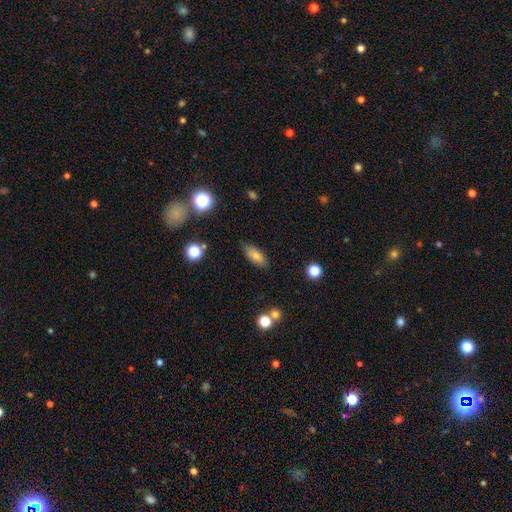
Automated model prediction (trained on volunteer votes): A smooth galaxy with no disk features (77%) that is in between round and cigar-shaped (79%).

Vote fractions:
- Smooth or featured? smooth: 77% / featured or disk: 14% / star or artifact: 9%
- How rounded? in between: 79% / cigar-shaped: 17% / round: 4%
- Merging? none: 82% / minor disturbance: 13% / major disturbance: 3% / merger: 2%